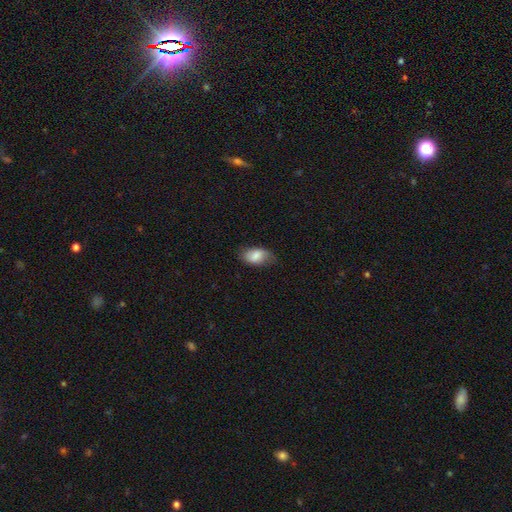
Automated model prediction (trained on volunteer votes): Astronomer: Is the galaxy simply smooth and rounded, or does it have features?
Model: smooth — 81%.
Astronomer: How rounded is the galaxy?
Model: in between — 92%.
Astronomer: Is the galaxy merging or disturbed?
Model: none — 69%.